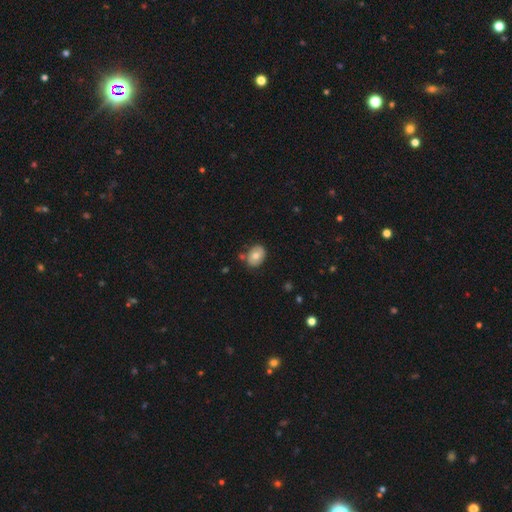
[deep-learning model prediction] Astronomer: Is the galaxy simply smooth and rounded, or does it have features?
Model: smooth — 71%.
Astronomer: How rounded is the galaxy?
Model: in between — 67%.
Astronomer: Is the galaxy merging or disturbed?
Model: none — 74%.